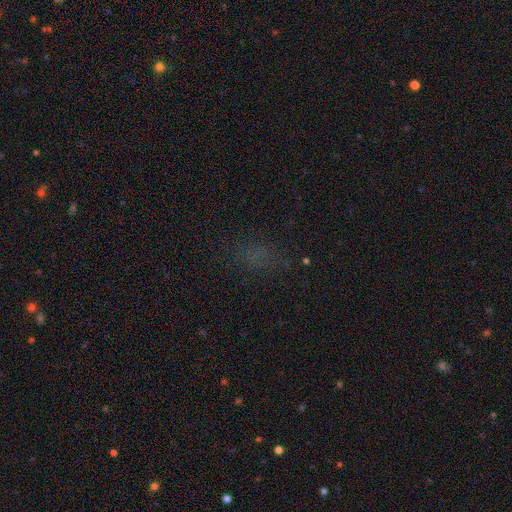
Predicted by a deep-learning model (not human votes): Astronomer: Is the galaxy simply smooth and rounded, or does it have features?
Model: smooth — 53% (runner-up: star or artifact, 37%).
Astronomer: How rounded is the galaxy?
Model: in between — 67%.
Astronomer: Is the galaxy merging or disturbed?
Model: none — 75%.